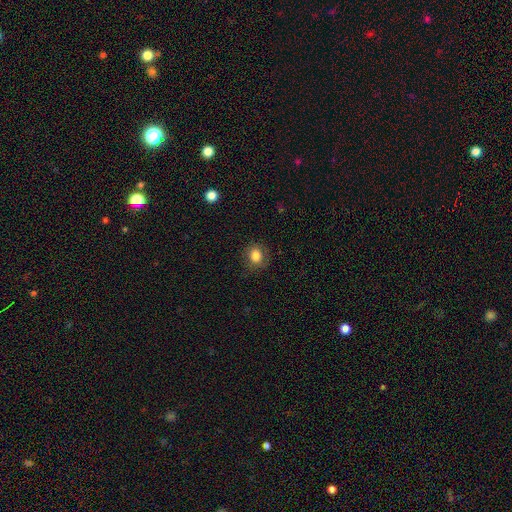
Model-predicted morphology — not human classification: smooth-or-featured: smooth: 83% | star or artifact: 10% | featured or disk: 7%
  how-rounded: round: 74% | in between: 25% | cigar-shaped: 1%
  merging: none: 82% | minor disturbance: 13% | major disturbance: 4% | merger: 1%